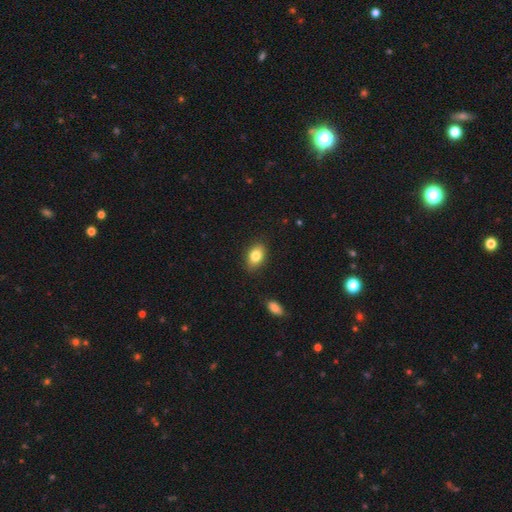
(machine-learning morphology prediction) A smooth galaxy with no disk features (83%) that is in between round and cigar-shaped (85%).

Vote fractions:
- Smooth or featured? smooth: 83% / featured or disk: 9% / star or artifact: 8%
- How rounded? in between: 85% / round: 13% / cigar-shaped: 2%
- Merging? none: 87% / minor disturbance: 10% / major disturbance: 2% / merger: 1%